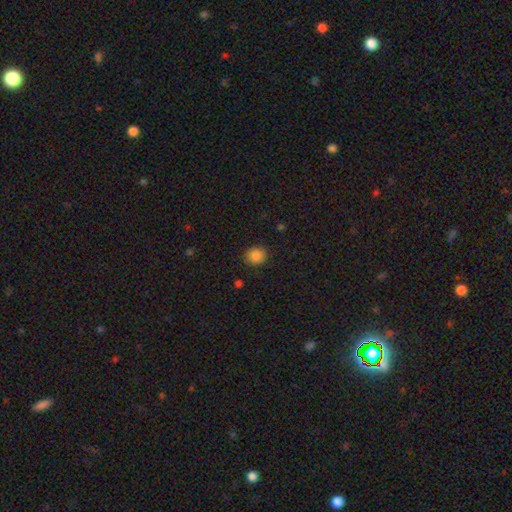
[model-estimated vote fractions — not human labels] The model was most divided on "how rounded": round: 81%, in between: 18%, cigar-shaped: 1%. More confident: merging — none (87%); smooth or featured — smooth (85%).